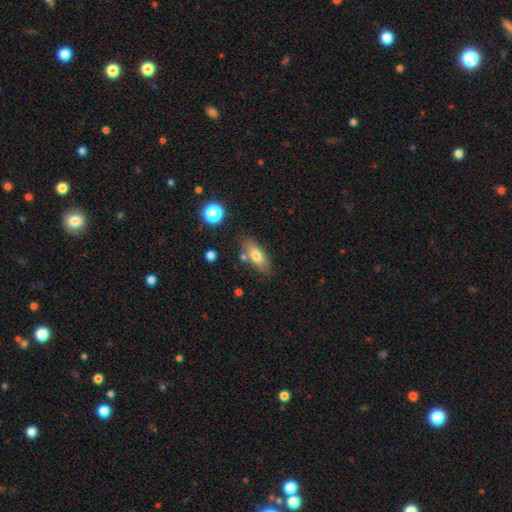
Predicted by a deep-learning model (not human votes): The model was most divided on "smooth or featured": smooth: 73%, featured or disk: 19%, star or artifact: 8%. More confident: how rounded — in between (78%); merging — none (74%).